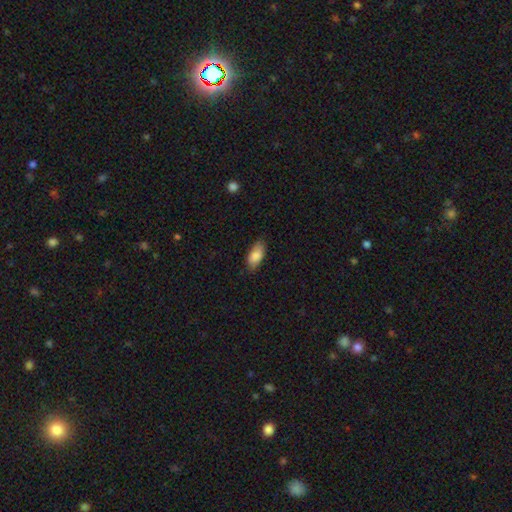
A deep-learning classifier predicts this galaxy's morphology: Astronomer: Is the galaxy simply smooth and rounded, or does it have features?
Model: smooth — 86%.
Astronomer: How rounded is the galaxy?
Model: in between — 90%.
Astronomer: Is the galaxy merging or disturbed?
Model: none — 80%.